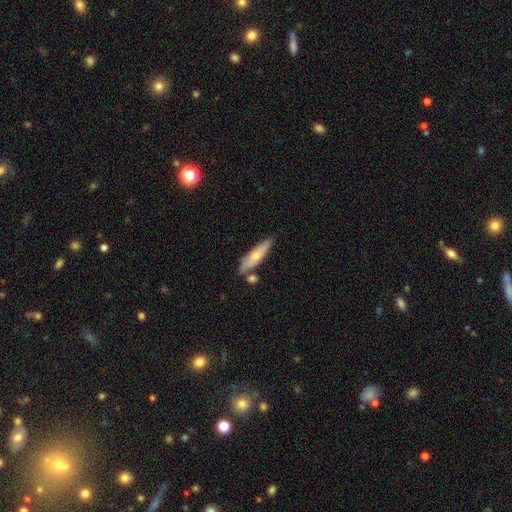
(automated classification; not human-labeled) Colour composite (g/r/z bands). It shows a smooth galaxy with no disk features (55%) that is cigar-shaped (69%). Merging: none (74%).